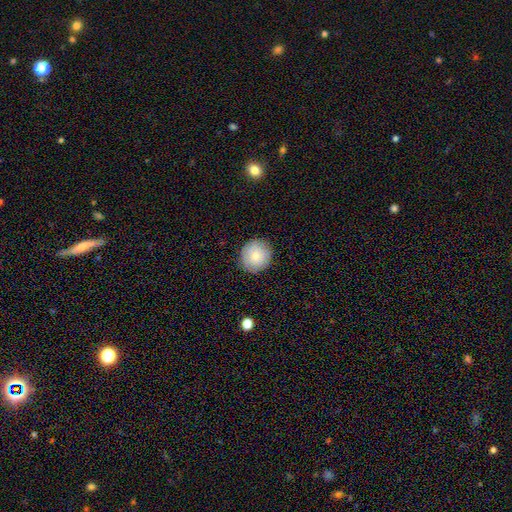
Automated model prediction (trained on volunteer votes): smooth_or_featured: smooth (p=0.74) [alt: featured or disk p=0.19]
how_rounded: round (p=0.91) [alt: in between p=0.08]
merging: none (p=0.88) [alt: minor disturbance p=0.09]